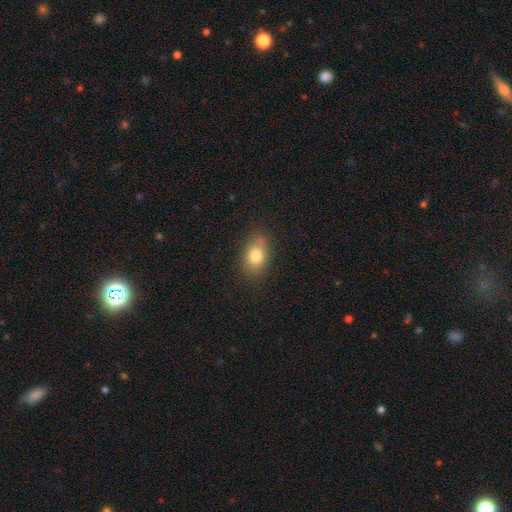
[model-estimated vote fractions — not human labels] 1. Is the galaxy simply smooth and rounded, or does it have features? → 79% smooth, 11% featured or disk, 10% star or artifact.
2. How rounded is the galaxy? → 79% in between, 19% round, 2% cigar-shaped.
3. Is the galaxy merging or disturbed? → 80% none, 15% minor disturbance, 4% major disturbance, 2% merger.